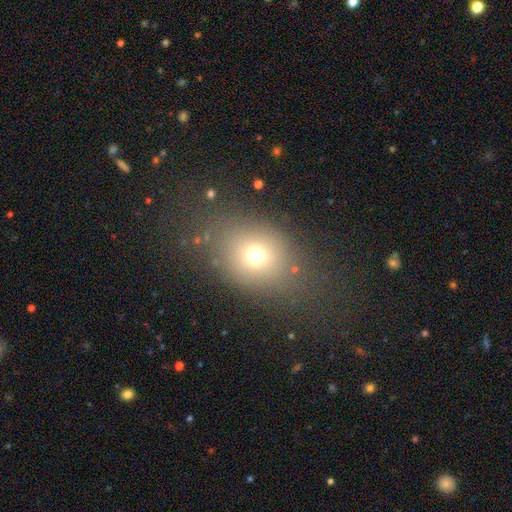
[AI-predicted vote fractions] Morphology: type=smooth (69%); roundness=in between (52%); merging=none (75%).